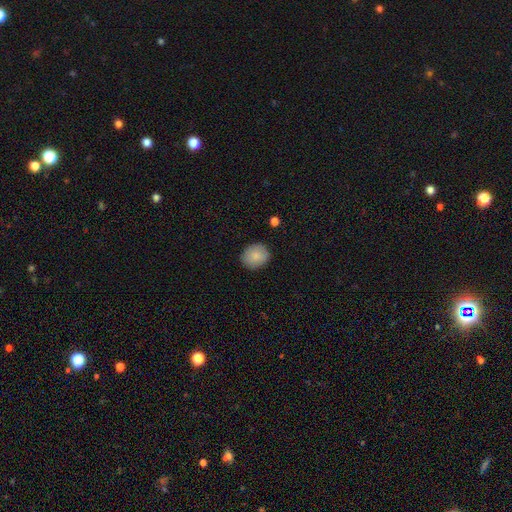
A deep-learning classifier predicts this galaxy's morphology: Smooth or featured?
  - smooth: 86% *
  - star or artifact: 7%
  - featured or disk: 7%
How rounded?
  - round: 66% *
  - in between: 33%
  - cigar-shaped: 1%
Merging?
  - none: 88% *
  - minor disturbance: 9%
  - major disturbance: 2%
  - merger: 1%